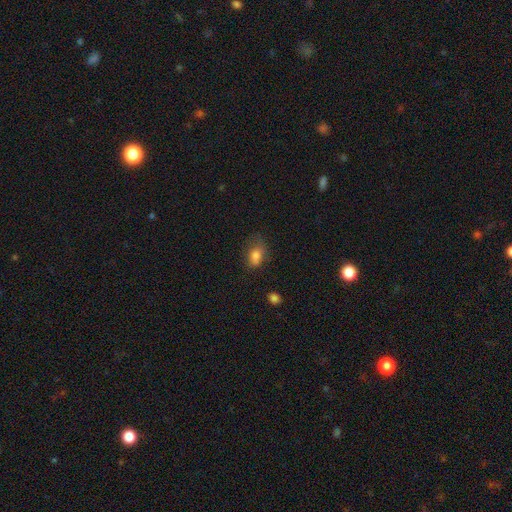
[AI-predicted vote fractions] This is likely a smooth galaxy (78%). How rounded: likely in between (79%). Merging: possibly none (46%).